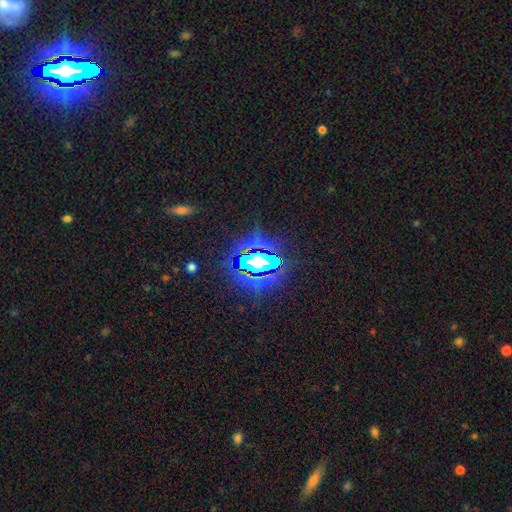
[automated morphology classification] This appears to be a star or artifact, not a galaxy (81%).